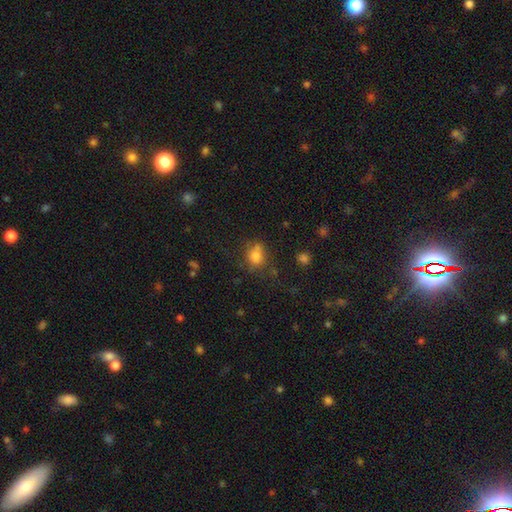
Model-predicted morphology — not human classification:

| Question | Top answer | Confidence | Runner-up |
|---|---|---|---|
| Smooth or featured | smooth | 76% | star or artifact (14%) |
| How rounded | round | 60% | in between (39%) |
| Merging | none | 58% | minor disturbance (21%) |